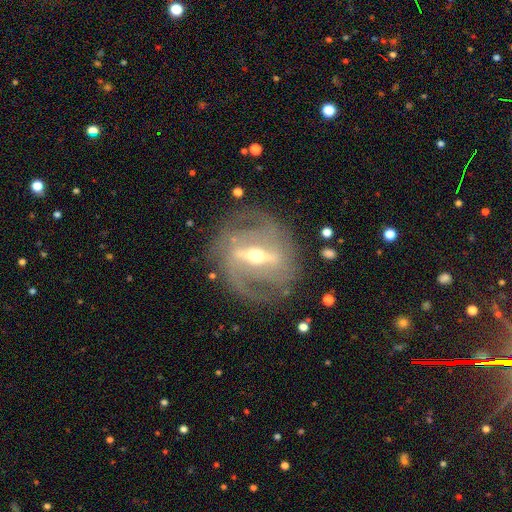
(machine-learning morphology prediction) This is clearly a featured or disk galaxy (89%). It is clearly not viewed edge-on (89%). Bar: likely strong (76%). Spiral arm pattern: clearly yes (91%). Spiral arm count: marginally 2 (44%). Spiral winding: possibly tight (52%). Central bulge: likely moderate (62%). Merging: likely none (77%).